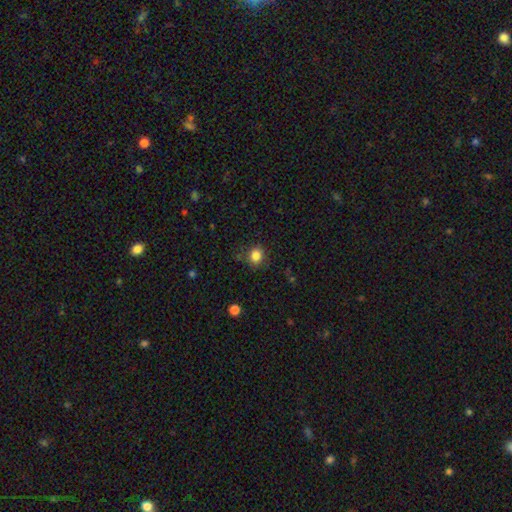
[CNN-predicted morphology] This appears to be a smooth galaxy with no disk features (84%) that is round (75%). Merging: none (81%).